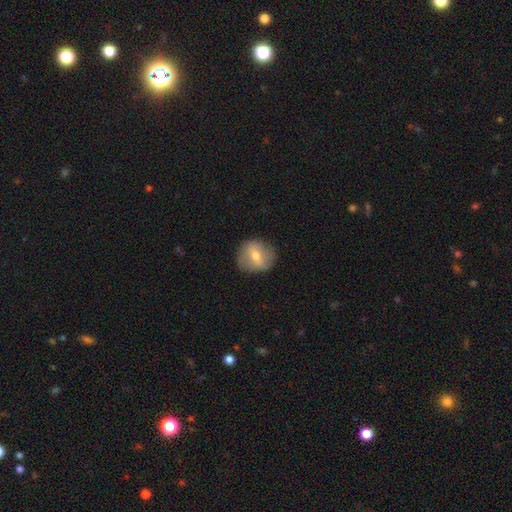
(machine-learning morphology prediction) smooth 54%, featured or disk 38%, star or artifact 8%. Down the decision tree: how rounded — round (81%); merging — none (83%).